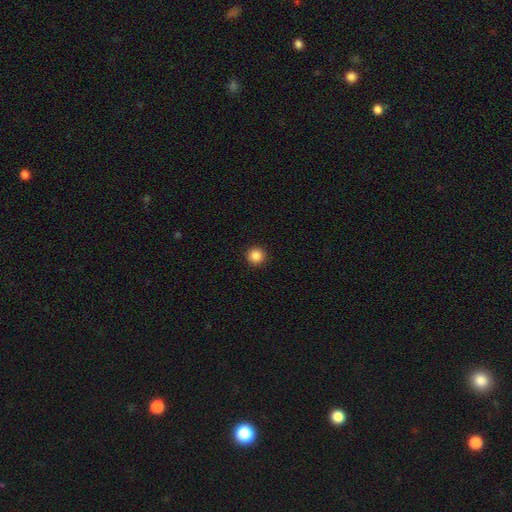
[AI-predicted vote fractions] smooth-or-featured: smooth: 86% | star or artifact: 10% | featured or disk: 3%
  how-rounded: round: 96% | in between: 3% | cigar-shaped: 1%
  merging: none: 93% | minor disturbance: 4% | major disturbance: 1% | merger: 1%